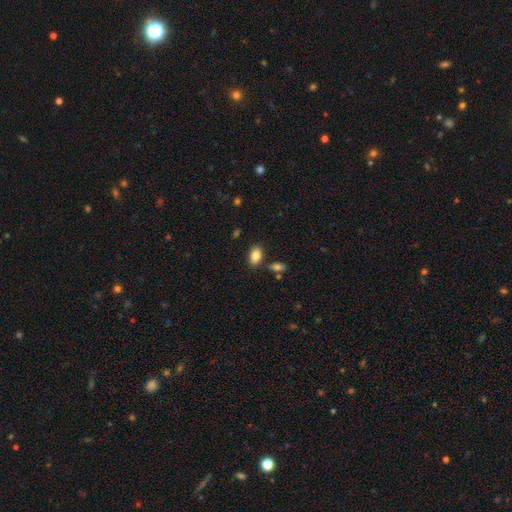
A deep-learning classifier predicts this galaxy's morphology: Smooth or featured? Predicted: smooth (p=0.86). How rounded? Predicted: in between (p=0.90). Merging? Predicted: none (p=0.80).